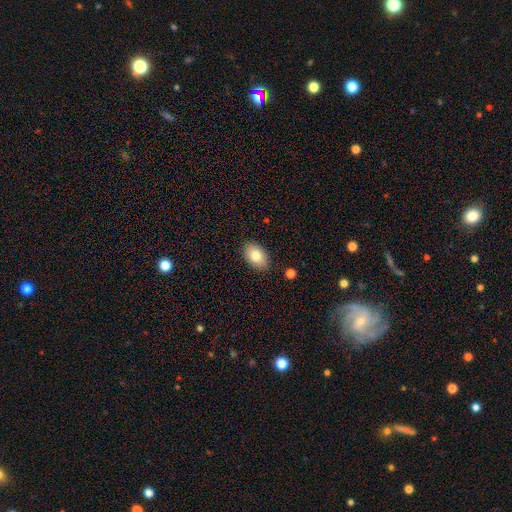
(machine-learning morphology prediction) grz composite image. It shows a smooth galaxy with no disk features (82%) that is in between round and cigar-shaped (89%). Merging: none (86%).